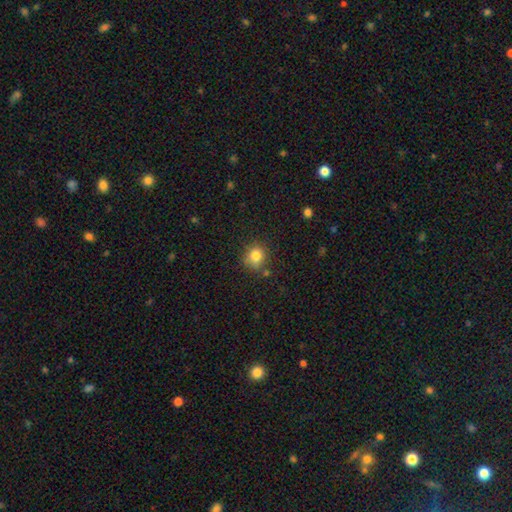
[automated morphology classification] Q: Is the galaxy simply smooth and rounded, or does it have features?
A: smooth — 82%.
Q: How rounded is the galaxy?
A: round — 81%.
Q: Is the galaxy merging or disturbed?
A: none — 77%.